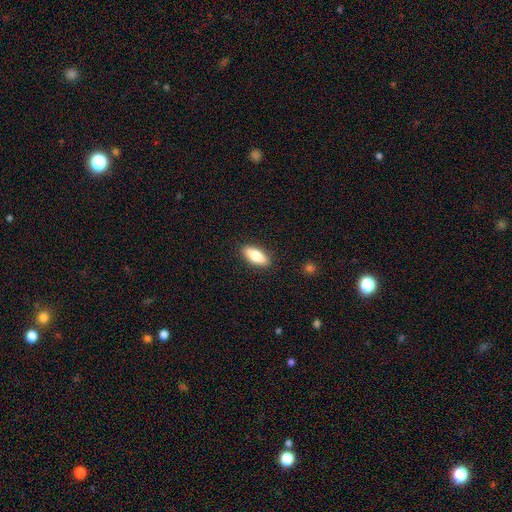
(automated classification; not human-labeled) Morphology: type=smooth (78%); roundness=in between (78%); merging=none (89%).